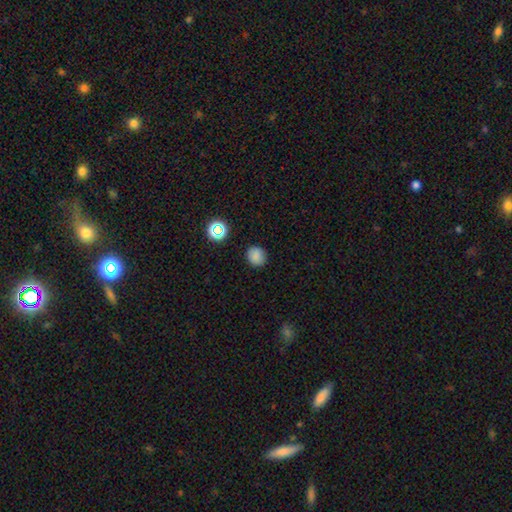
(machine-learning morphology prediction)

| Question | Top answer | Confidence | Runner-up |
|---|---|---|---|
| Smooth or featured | smooth | 81% | star or artifact (13%) |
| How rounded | round | 86% | in between (13%) |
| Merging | none | 88% | minor disturbance (8%) |